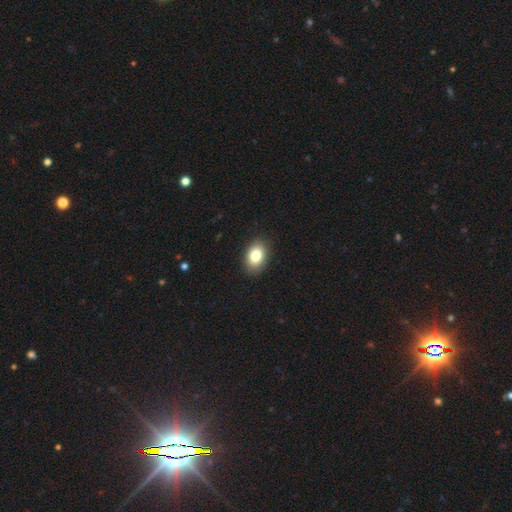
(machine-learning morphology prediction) A smooth galaxy with no disk features (81%) that is in between round and cigar-shaped (83%).

Vote fractions:
- Smooth or featured? smooth: 81% / featured or disk: 10% / star or artifact: 8%
- How rounded? in between: 83% / round: 16% / cigar-shaped: 1%
- Merging? none: 89% / minor disturbance: 8% / major disturbance: 2% / merger: 1%